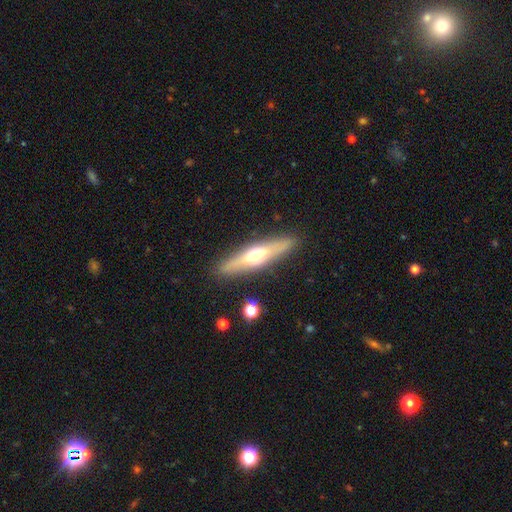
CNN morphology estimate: Smooth or featured: featured or disk — 55% (smooth — 38%)
Edge-on disk: yes — 87% (no — 13%)
Merging: none — 89% (minor disturbance — 8%)